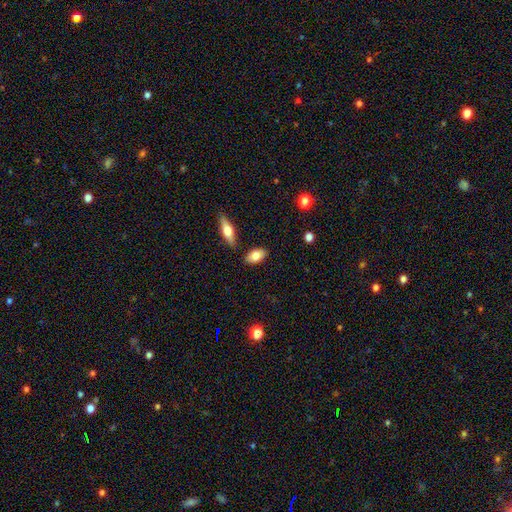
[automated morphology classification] Smooth or featured? smooth (79%)
How rounded? in between (90%)
Merging? none (84%)